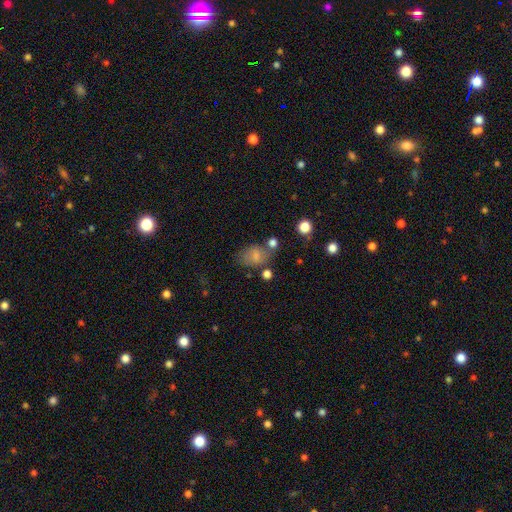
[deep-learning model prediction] Morphology: type=smooth (74%); roundness=in between (75%); merging=none (56%).